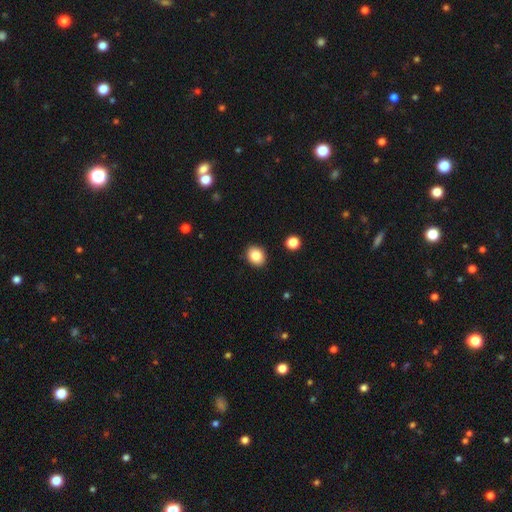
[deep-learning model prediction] Smooth or featured: smooth — 85% (star or artifact — 9%)
How rounded: round — 53% (in between — 46%)
Merging: none — 90% (minor disturbance — 7%)